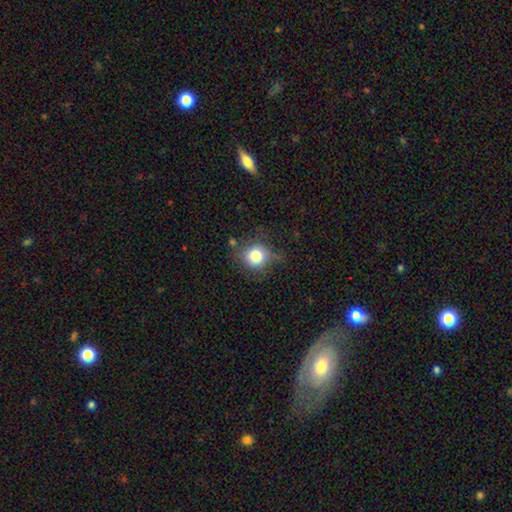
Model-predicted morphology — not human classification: smooth_or_featured: smooth (p=0.78) [alt: star or artifact p=0.11]
how_rounded: round (p=0.86) [alt: in between p=0.13]
merging: none (p=0.66) [alt: minor disturbance p=0.24]